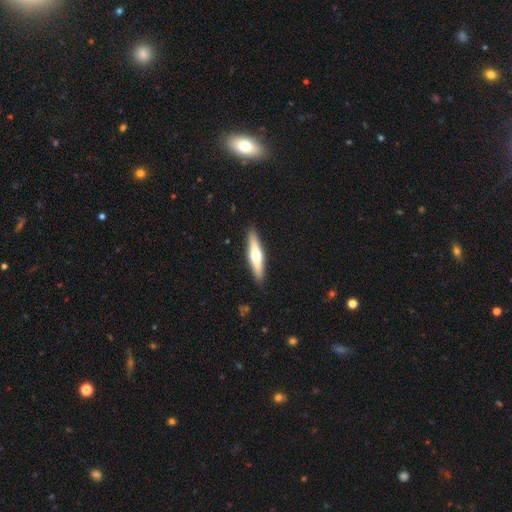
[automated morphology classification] type=featured or disk (55%); edge-on=yes (94%); edge-on bulge=rounded (94%); merging=none (90%).